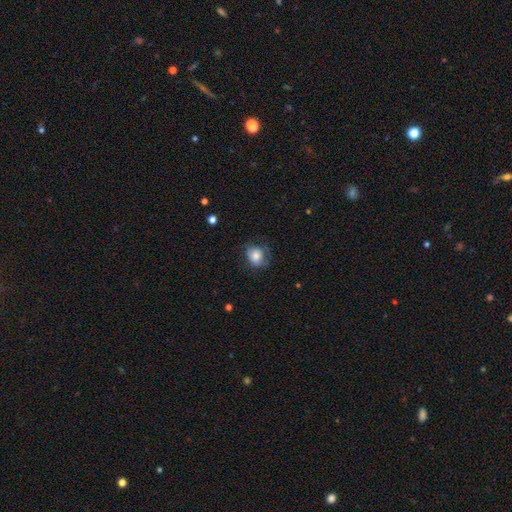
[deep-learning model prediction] Smooth or featured? smooth (71%)
How rounded? round (60%)
Merging? none (57%)